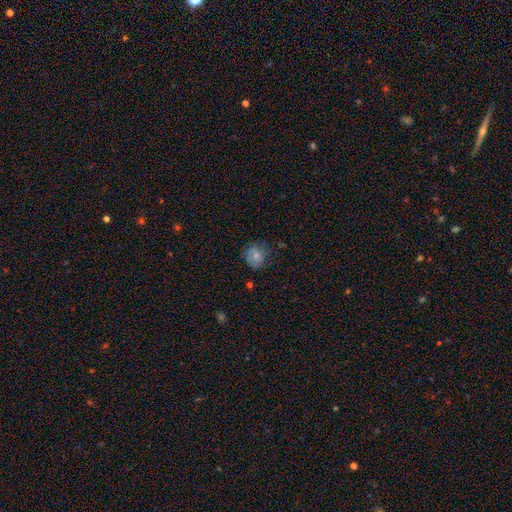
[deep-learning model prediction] Smooth or featured?
  - smooth: 65% *
  - featured or disk: 25%
  - star or artifact: 10%
How rounded?
  - round: 79% *
  - in between: 20%
  - cigar-shaped: 1%
Merging?
  - none: 67% *
  - minor disturbance: 24%
  - major disturbance: 8%
  - merger: 2%